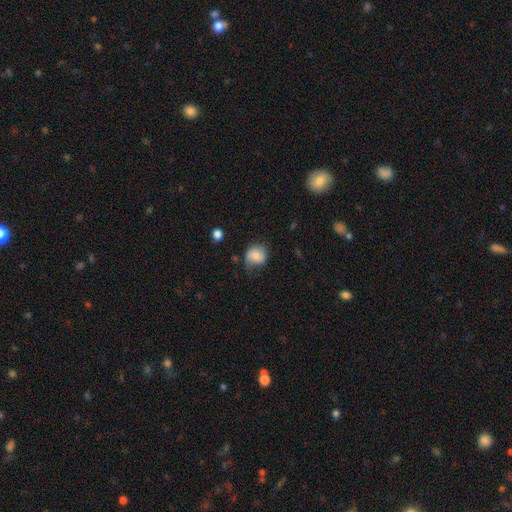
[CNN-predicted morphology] smooth 72%, featured or disk 20%, star or artifact 8%. Down the decision tree: how rounded — round (74%); merging — none (53%).